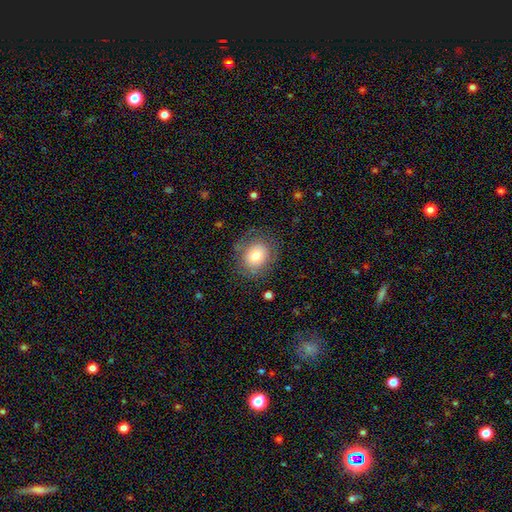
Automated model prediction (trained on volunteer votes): This appears to be a smooth galaxy with no disk features (71%) that is round (68%). Merging: none (75%).